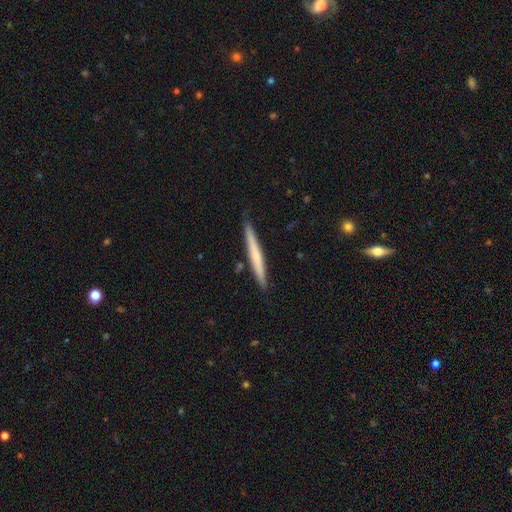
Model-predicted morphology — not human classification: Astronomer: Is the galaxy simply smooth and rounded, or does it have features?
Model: smooth — 50% (runner-up: featured or disk, 45%).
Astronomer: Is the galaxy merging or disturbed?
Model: none — 87%.